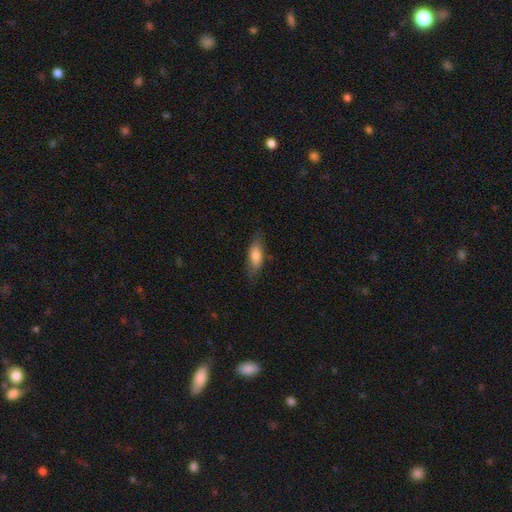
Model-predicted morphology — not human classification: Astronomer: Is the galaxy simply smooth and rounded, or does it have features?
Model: smooth — 77%.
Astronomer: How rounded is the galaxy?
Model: in between — 66%.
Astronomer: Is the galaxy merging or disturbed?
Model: none — 78%.